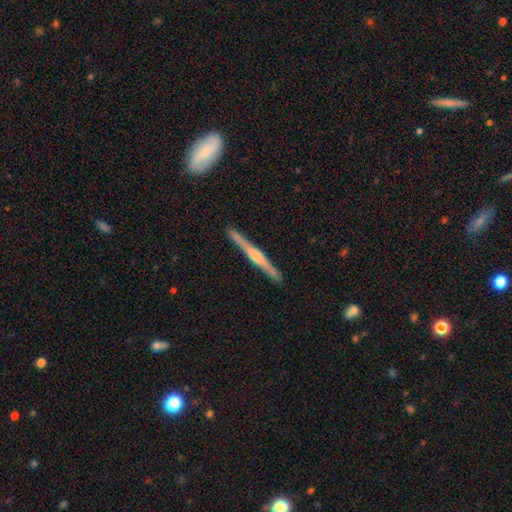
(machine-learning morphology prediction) Smooth or featured?
  - featured or disk: 78% *
  - smooth: 17%
  - star or artifact: 5%
Edge-on disk?
  - yes: 98% *
  - no: 2%
Edge-on bulge?
  - rounded: 75% *
  - boxy: 15%
  - none: 10%
Merging?
  - none: 91% *
  - minor disturbance: 6%
  - major disturbance: 1%
  - merger: 1%